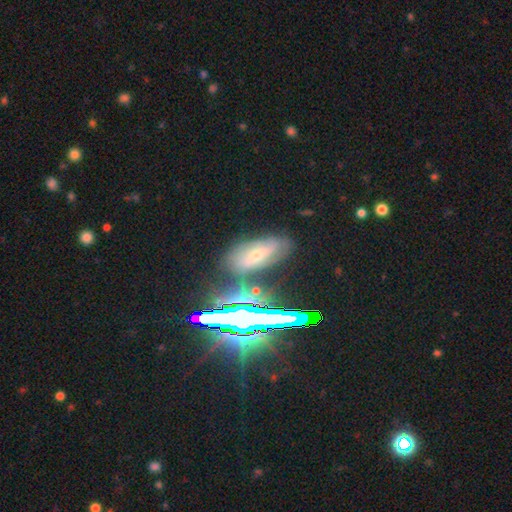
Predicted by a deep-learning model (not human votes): This is marginally a featured or disk galaxy (39%). Merging: likely none (73%).